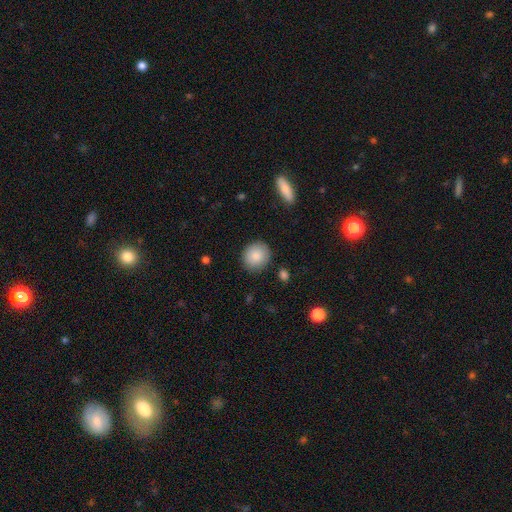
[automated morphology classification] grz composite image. It shows a smooth galaxy with no disk features (87%) that is round (85%). Merging: none (87%).